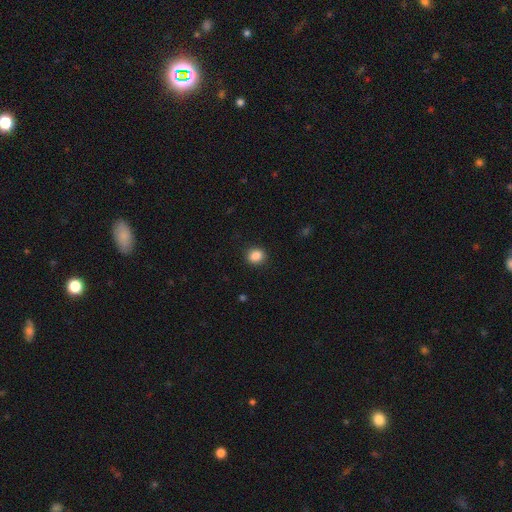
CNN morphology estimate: Smooth or featured: smooth — 87% (star or artifact — 10%)
How rounded: round — 75% (in between — 24%)
Merging: none — 90% (minor disturbance — 7%)